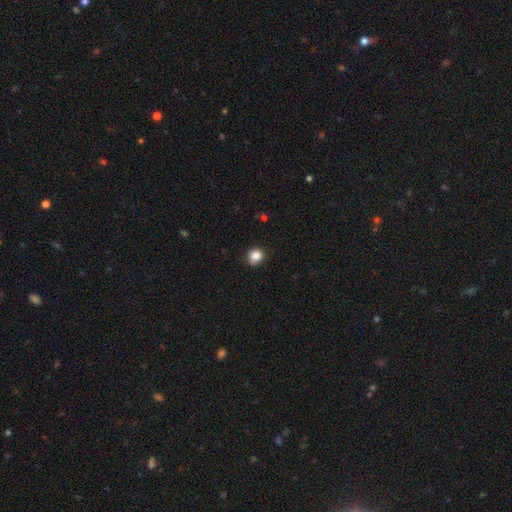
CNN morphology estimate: The model was most divided on "merging": none: 81%, minor disturbance: 15%, major disturbance: 3%, merger: 1%. More confident: how rounded — round (85%); smooth or featured — smooth (84%).